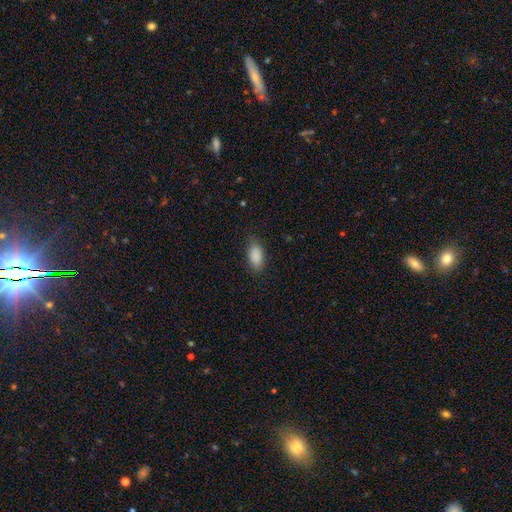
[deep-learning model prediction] Q: Smooth or featured?
A: smooth (89%); runner-up: star or artifact (7%)
Q: How rounded?
A: in between (92%); runner-up: cigar-shaped (5%)
Q: Merging?
A: none (82%); runner-up: minor disturbance (14%)